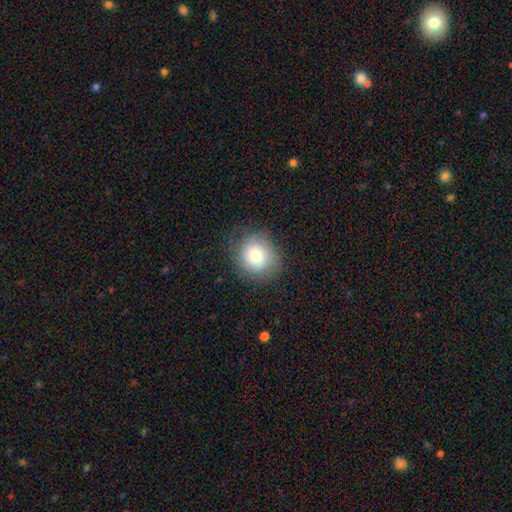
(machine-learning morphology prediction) smooth_or_featured: smooth (p=0.72) [alt: featured or disk p=0.18]
how_rounded: round (p=0.81) [alt: in between p=0.18]
merging: none (p=0.72) [alt: minor disturbance p=0.18]